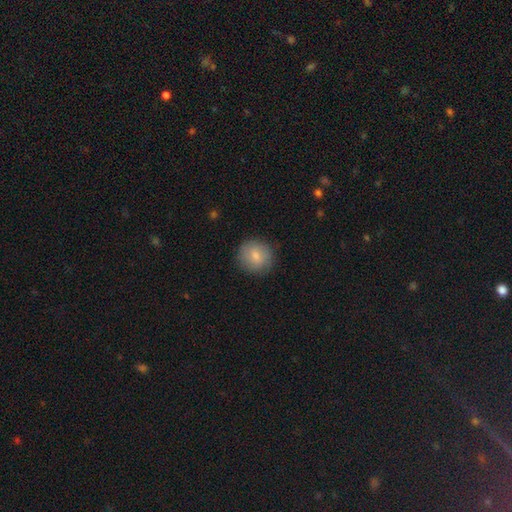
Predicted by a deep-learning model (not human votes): Smooth or featured? smooth (78%)
How rounded? round (87%)
Merging? none (85%)